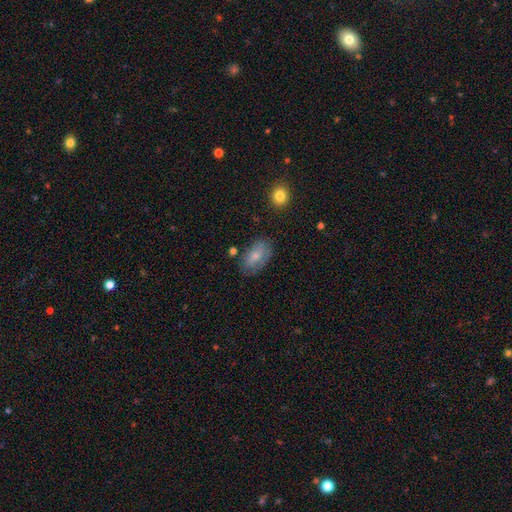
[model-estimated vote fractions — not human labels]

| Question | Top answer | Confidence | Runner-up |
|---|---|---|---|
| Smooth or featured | smooth | 72% | featured or disk (20%) |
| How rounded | in between | 91% | round (6%) |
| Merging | none | 71% | minor disturbance (20%) |